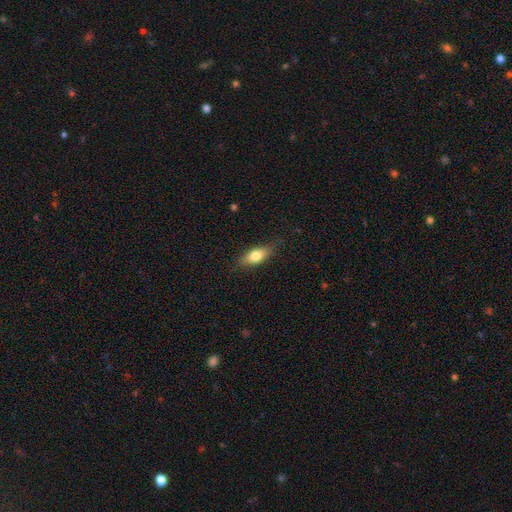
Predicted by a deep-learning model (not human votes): Q: Smooth or featured?
A: smooth (71%); runner-up: featured or disk (22%)
Q: How rounded?
A: in between (76%); runner-up: cigar-shaped (20%)
Q: Merging?
A: none (82%); runner-up: minor disturbance (14%)